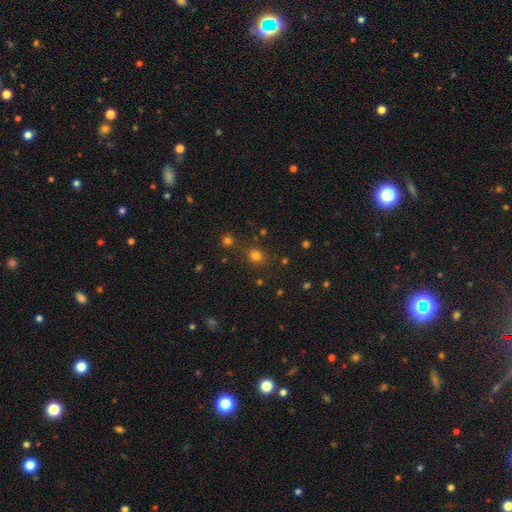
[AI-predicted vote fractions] smooth-or-featured: smooth: 75% | star or artifact: 19% | featured or disk: 6%
  how-rounded: round: 80% | in between: 19% | cigar-shaped: 1%
  merging: none: 81% | minor disturbance: 9% | merger: 6% | major disturbance: 4%